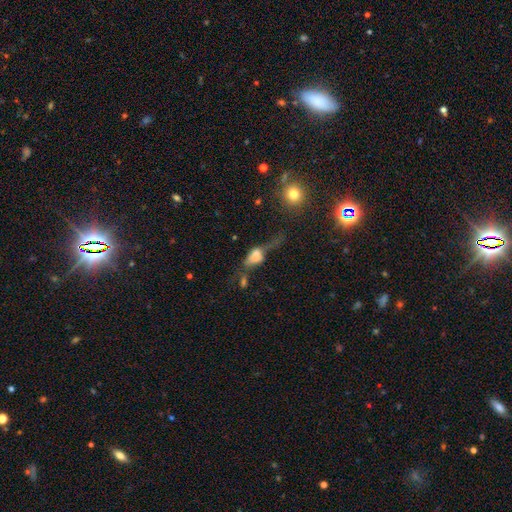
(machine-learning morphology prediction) Smooth or featured?
  - smooth: 52% *
  - featured or disk: 34%
  - star or artifact: 14%
How rounded?
  - in between: 74% *
  - round: 14%
  - cigar-shaped: 11%
Merging?
  - major disturbance: 39% *
  - merger: 23%
  - none: 20%
  - minor disturbance: 17%